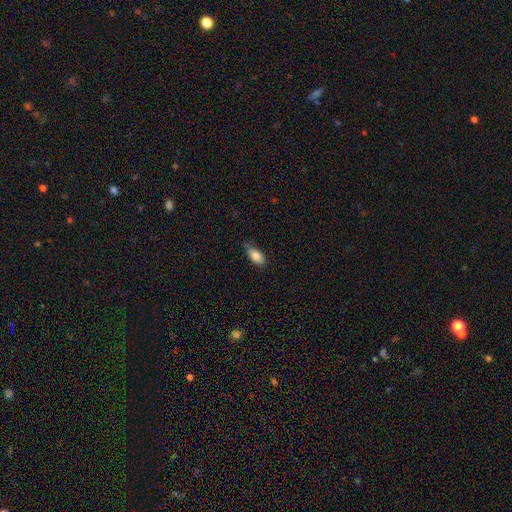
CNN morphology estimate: Overall: smooth (82%). How rounded: in between (90%). Merging: none (66%; minor disturbance 28%).